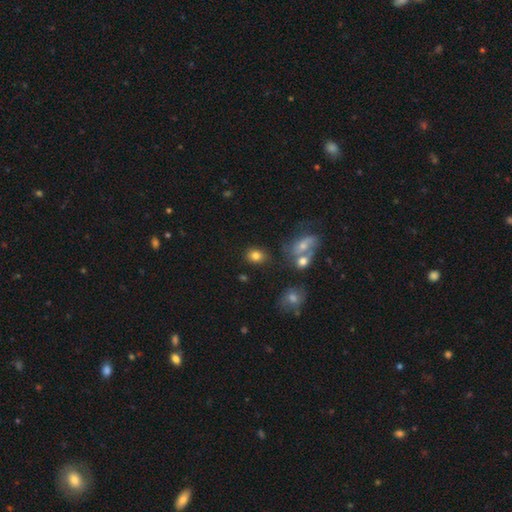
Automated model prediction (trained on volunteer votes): This is clearly a smooth galaxy (81%). How rounded: possibly round (53%). Merging: likely none (76%).